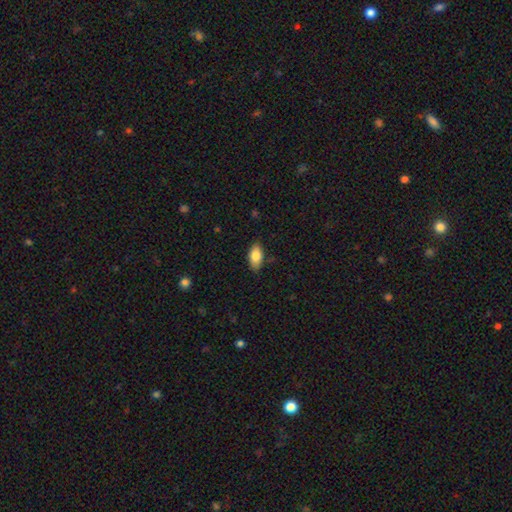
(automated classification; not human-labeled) Morphology: type=smooth (82%); roundness=in between (91%); merging=none (82%).